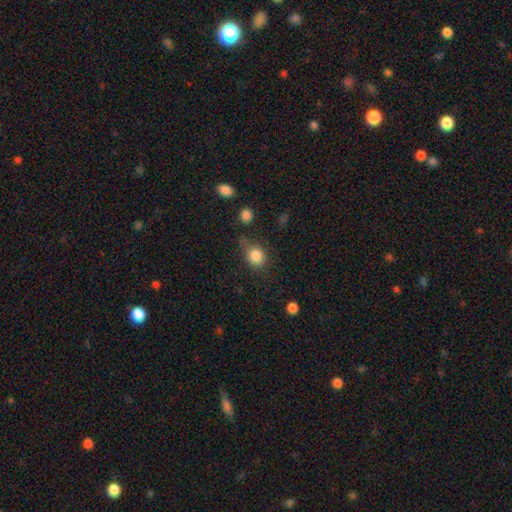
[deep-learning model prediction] Smooth or featured? Predicted: smooth (p=0.84). How rounded? Predicted: round (p=0.63). Merging? Predicted: none (p=0.64).